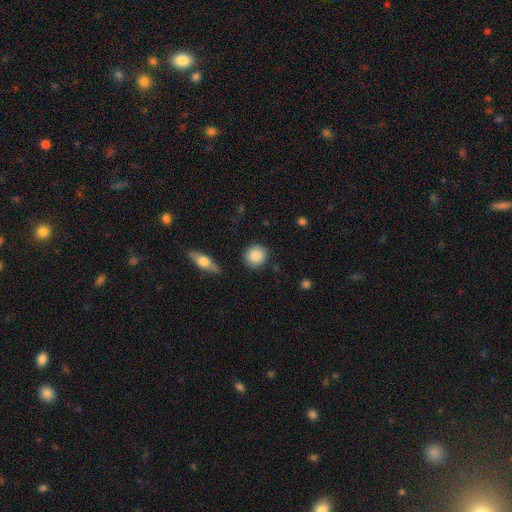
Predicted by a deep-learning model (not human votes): Smooth or featured? Predicted: smooth (p=0.87). How rounded? Predicted: round (p=0.89). Merging? Predicted: none (p=0.88).